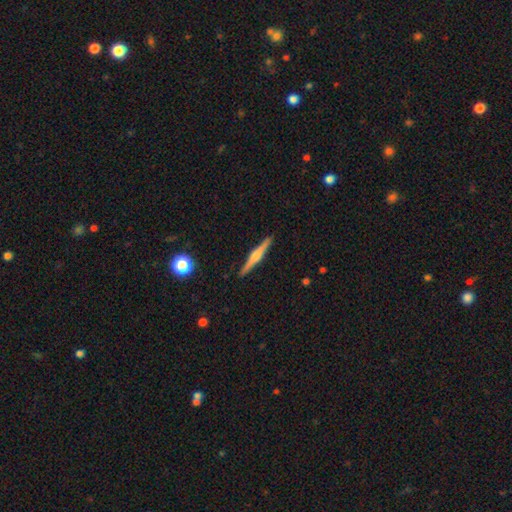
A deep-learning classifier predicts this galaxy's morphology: A featured or disk galaxy (71%) viewed edge-on (98%) with a rounded central bulge (76%).

Vote fractions:
- Smooth or featured? featured or disk: 71% / smooth: 23% / star or artifact: 6%
- Edge-on disk? yes: 98% / no: 2%
- Edge-on bulge? rounded: 76% / boxy: 16% / none: 8%
- Merging? none: 92% / minor disturbance: 6% / major disturbance: 1% / merger: 1%